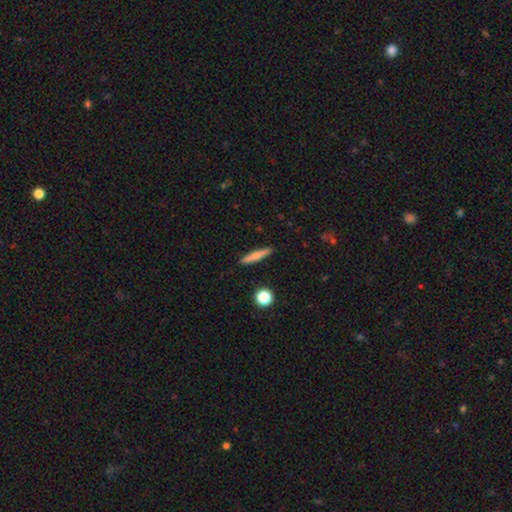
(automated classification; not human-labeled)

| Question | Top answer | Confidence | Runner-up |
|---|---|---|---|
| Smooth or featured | smooth | 66% | featured or disk (26%) |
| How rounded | cigar-shaped | 89% | in between (8%) |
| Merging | none | 90% | minor disturbance (7%) |